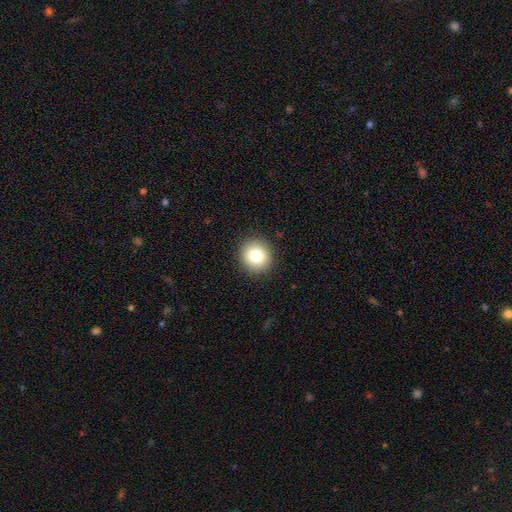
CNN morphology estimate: A smooth galaxy with no disk features (83%) that is round (88%).

Vote fractions:
- Smooth or featured? smooth: 83% / star or artifact: 10% / featured or disk: 7%
- How rounded? round: 88% / in between: 11% / cigar-shaped: 1%
- Merging? none: 91% / minor disturbance: 6% / major disturbance: 2% / merger: 1%